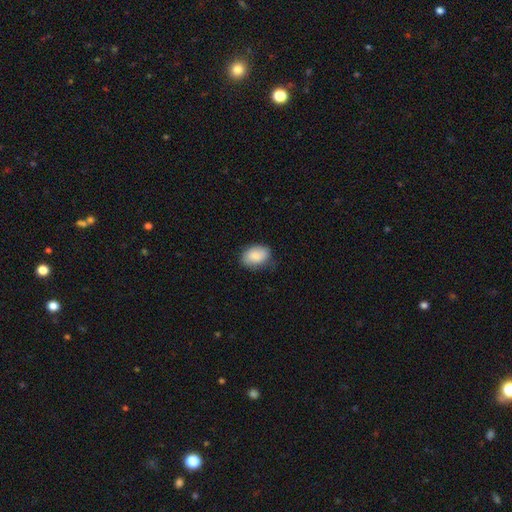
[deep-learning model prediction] Morphology: type=smooth (86%); roundness=in between (81%); merging=none (76%).